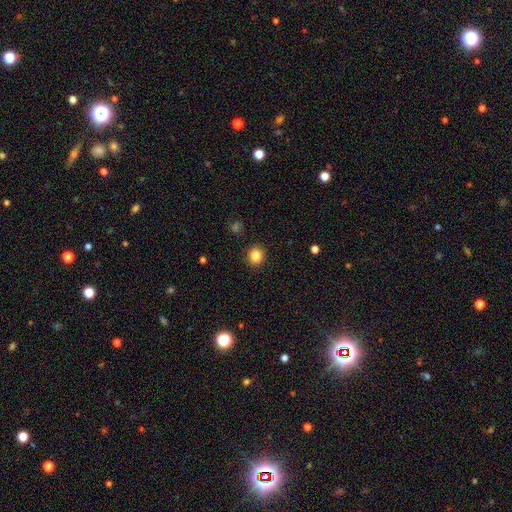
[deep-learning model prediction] Smooth or featured? Predicted: smooth (p=0.84). How rounded? Predicted: round (p=0.83). Merging? Predicted: none (p=0.91).